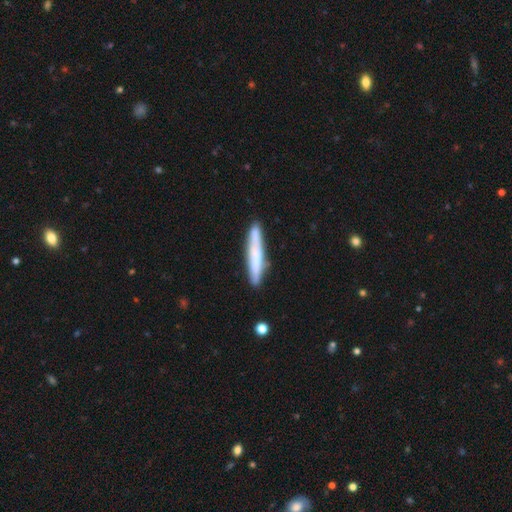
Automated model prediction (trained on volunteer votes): Smooth or featured: smooth — 54% (featured or disk — 40%)
How rounded: cigar-shaped — 93% (in between — 6%)
Merging: none — 83% (minor disturbance — 12%)